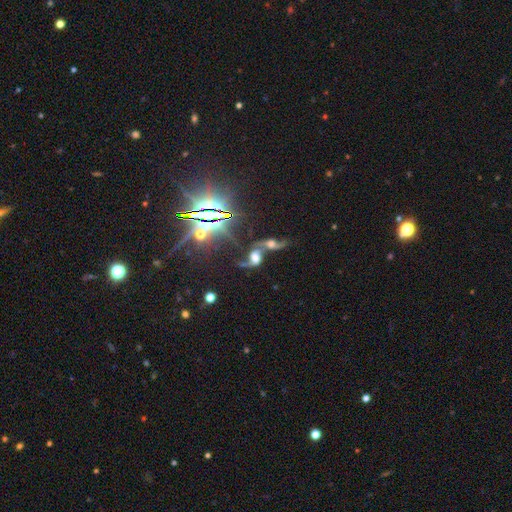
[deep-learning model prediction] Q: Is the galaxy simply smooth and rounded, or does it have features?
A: star or artifact — 48%.